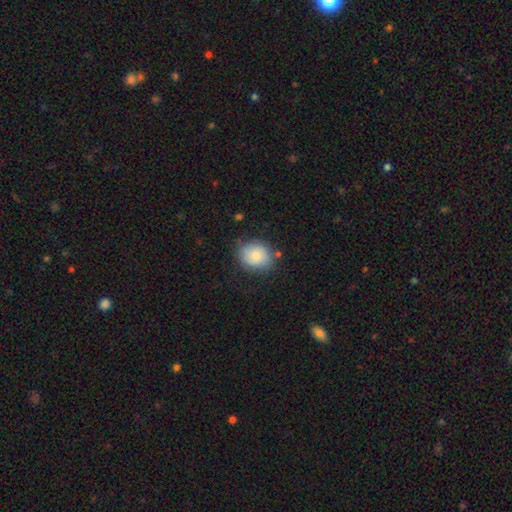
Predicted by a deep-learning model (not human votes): A smooth galaxy with no disk features (79%) that is round (64%). Merging: none (74%).